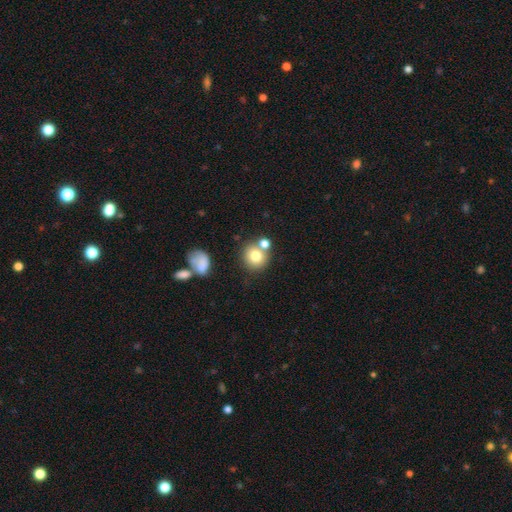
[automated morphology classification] smooth_or_featured: smooth (p=0.76) [alt: featured or disk p=0.13]
how_rounded: round (p=0.85) [alt: in between p=0.14]
merging: none (p=0.62) [alt: merger p=0.24]